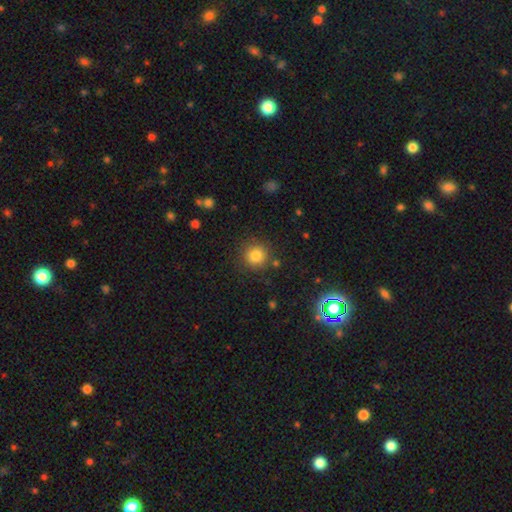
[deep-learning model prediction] This appears to be a smooth galaxy with no disk features (83%) that is round (93%). Merging: none (86%).